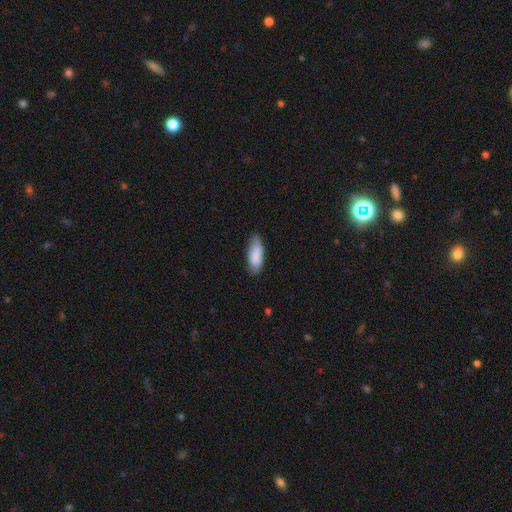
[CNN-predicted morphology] The model was most divided on "merging": none: 74%, minor disturbance: 22%, major disturbance: 3%, merger: 1%. More confident: smooth or featured — smooth (86%); how rounded — in between (77%).